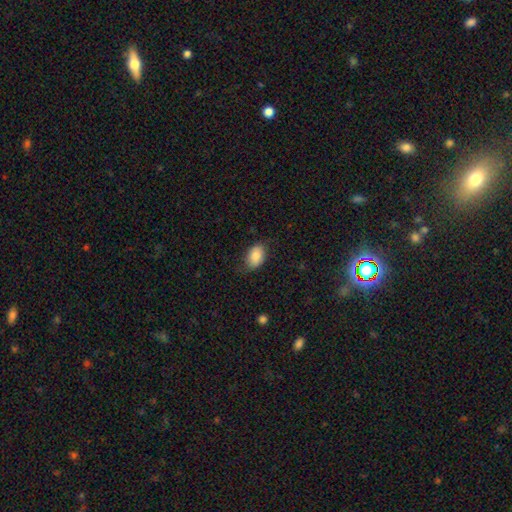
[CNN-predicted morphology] A smooth galaxy with no disk features (82%) that is in between round and cigar-shaped (88%).

Vote fractions:
- Smooth or featured? smooth: 82% / featured or disk: 10% / star or artifact: 7%
- How rounded? in between: 88% / round: 11% / cigar-shaped: 1%
- Merging? none: 68% / minor disturbance: 25% / major disturbance: 7% / merger: 1%